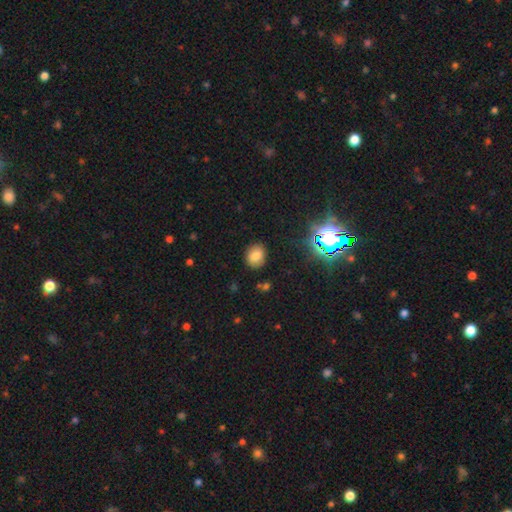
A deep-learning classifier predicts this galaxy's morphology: This appears to be a smooth galaxy with no disk features (76%) that is round (53%). Merging: none (86%).